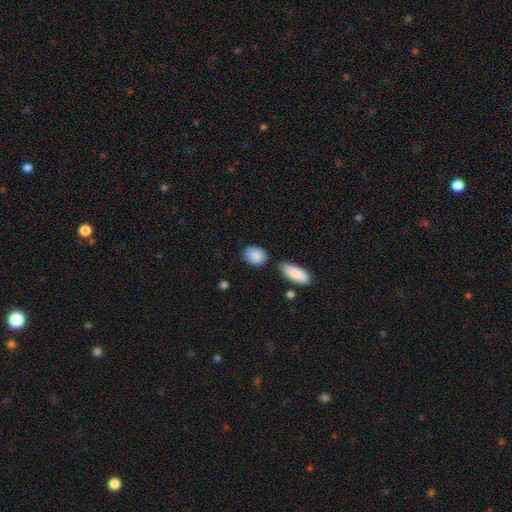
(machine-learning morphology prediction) Overall: smooth (88%). How rounded: in between (64%; round 34%). Merging: none (72%).